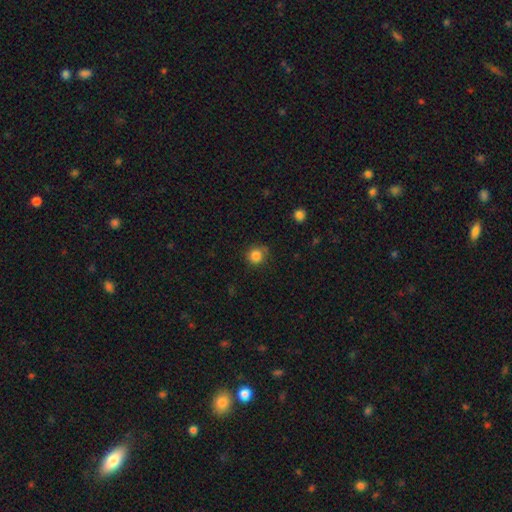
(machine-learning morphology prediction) A smooth galaxy with no disk features (84%) that is round (90%).

Vote fractions:
- Smooth or featured? smooth: 84% / star or artifact: 11% / featured or disk: 4%
- How rounded? round: 90% / in between: 9% / cigar-shaped: 1%
- Merging? none: 76% / minor disturbance: 17% / major disturbance: 4% / merger: 3%